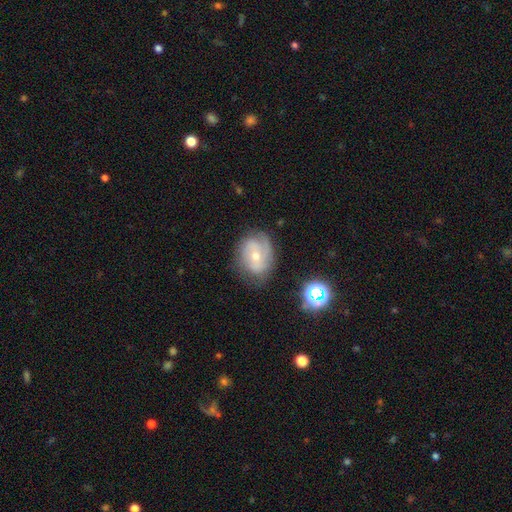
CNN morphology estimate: Smooth or featured?
  - featured or disk: 66% *
  - smooth: 25%
  - star or artifact: 9%
Edge-on disk?
  - no: 96% *
  - yes: 4%
Bar?
  - no: 65% *
  - weak: 28%
  - strong: 6%
Spiral arms?
  - yes: 87% *
  - no: 13%
Spiral winding?
  - tight: 45% *
  - medium: 39%
  - loose: 17%
Spiral arm count?
  - 2: 37% *
  - can't tell: 29%
  - 3: 17%
  - 1: 11%
  - 4: 3%
  - more than 4: 3%
Bulge size?
  - moderate: 48% * (tied)
  - small: 48% * (tied)
  - large: 2%
  - none: 1%
  - dominant: 1%
Merging?
  - none: 64% *
  - minor disturbance: 24%
  - major disturbance: 10%
  - merger: 2%